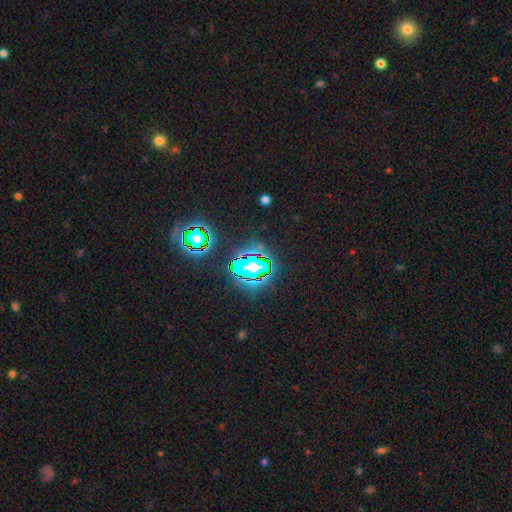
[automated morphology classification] Q: Smooth or featured?
A: star or artifact (80%); runner-up: smooth (12%)